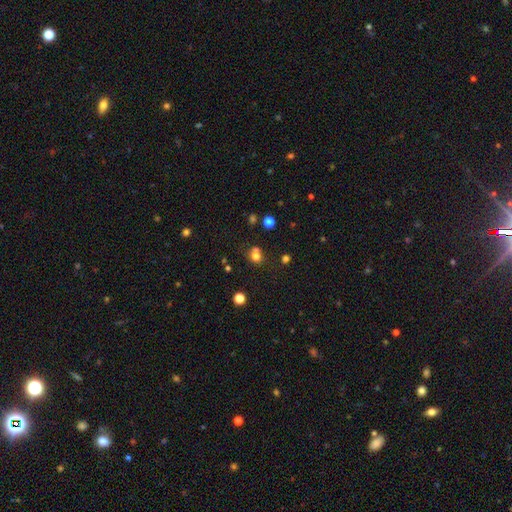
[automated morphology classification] A smooth galaxy with no disk features (73%) that is round (78%). Merging: none (54%).